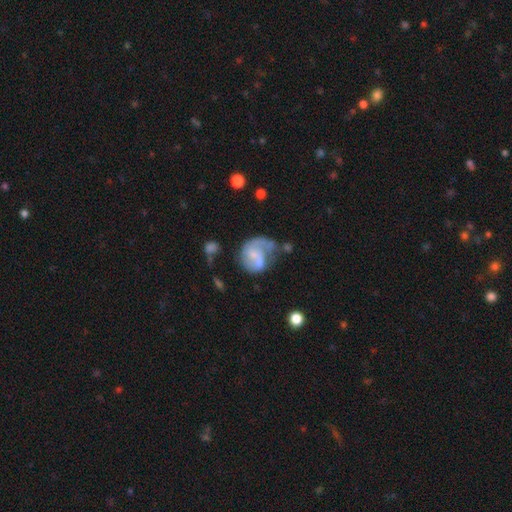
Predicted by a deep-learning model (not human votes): featured or disk 63%, smooth 30%, star or artifact 7%. Down the decision tree: edge-on disk — no (98%); bar — no (57%); spiral arms — yes (80%); bulge size — small (44%); merging — major disturbance (35%).